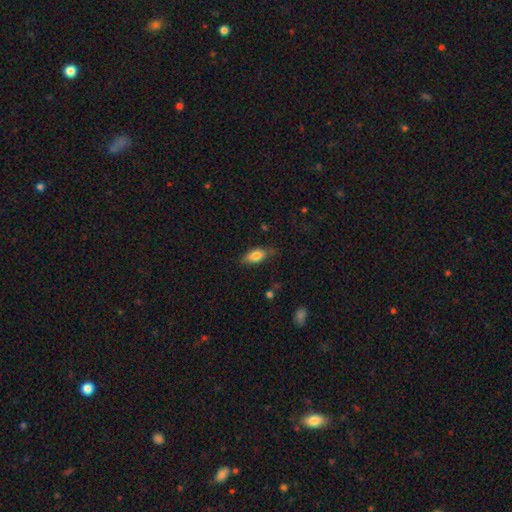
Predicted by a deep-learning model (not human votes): Smooth or featured? Predicted: smooth (p=0.77). How rounded? Predicted: in between (p=0.81). Merging? Predicted: none (p=0.70).